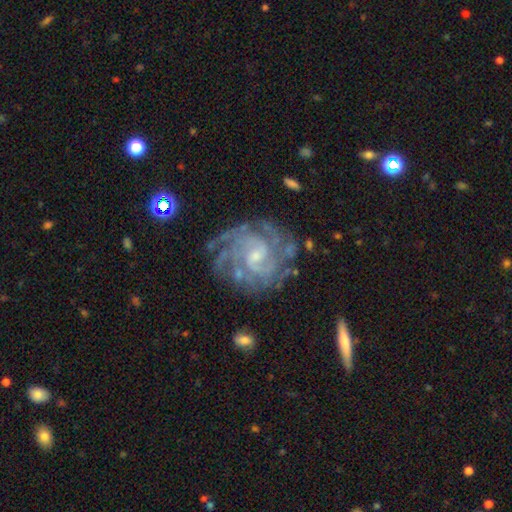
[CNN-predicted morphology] This appears to be a featured or disk galaxy (89%) with a weak bar (46%), tight (63%) spiral arms (97%) and a small central bulge (63%). Merging: none (71%).